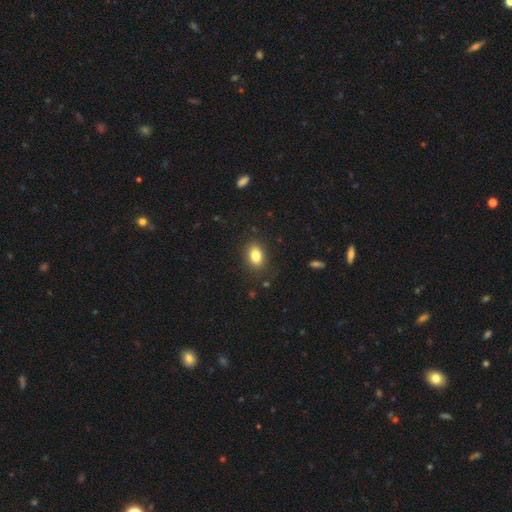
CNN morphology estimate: smooth_or_featured: smooth (p=0.83) [alt: star or artifact p=0.09]
how_rounded: in between (p=0.83) [alt: round p=0.16]
merging: none (p=0.85) [alt: minor disturbance p=0.10]